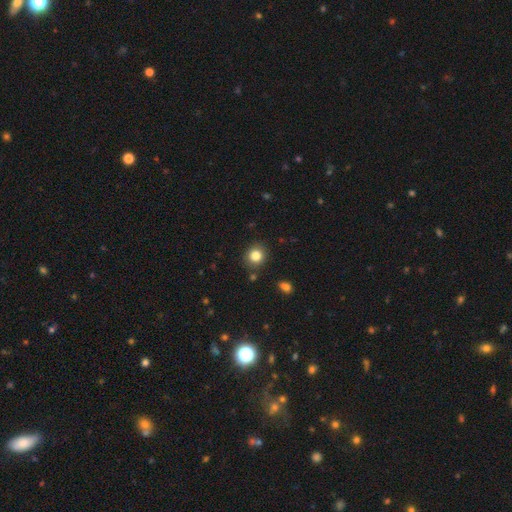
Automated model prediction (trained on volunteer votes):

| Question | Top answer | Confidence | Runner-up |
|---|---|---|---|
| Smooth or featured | smooth | 84% | star or artifact (11%) |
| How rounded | round | 84% | in between (15%) |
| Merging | none | 87% | minor disturbance (8%) |